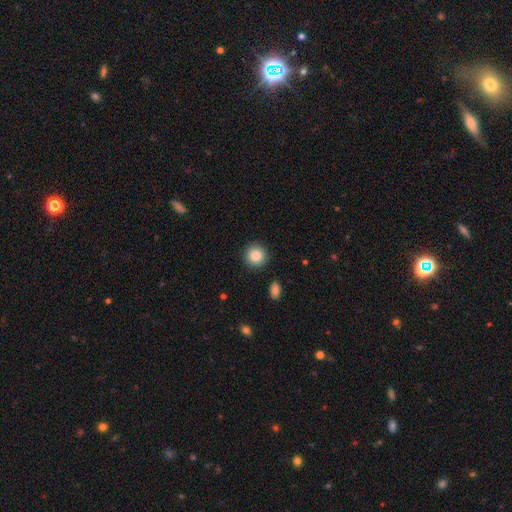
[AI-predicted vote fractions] Overall: smooth (87%). How rounded: round (93%). Merging: none (90%).